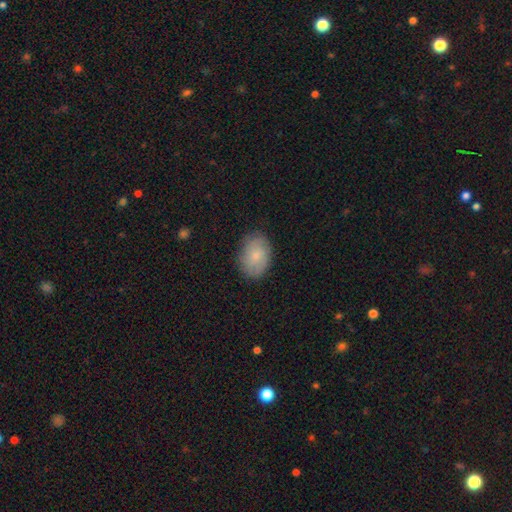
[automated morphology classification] smooth 69%, featured or disk 24%, star or artifact 7%. Down the decision tree: how rounded — in between (76%); merging — none (80%).